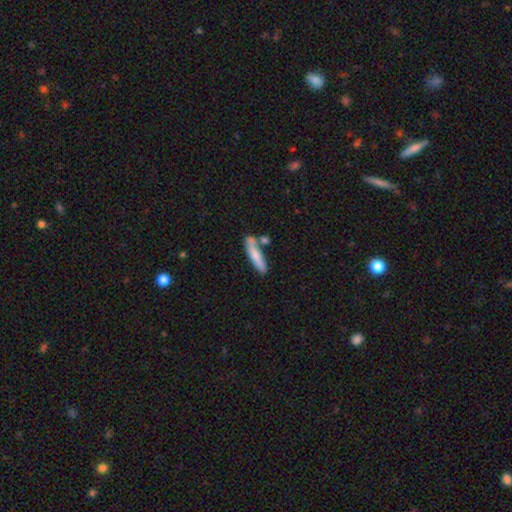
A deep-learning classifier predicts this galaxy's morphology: type=smooth (69%); roundness=cigar-shaped (80%); merging=none (58%).